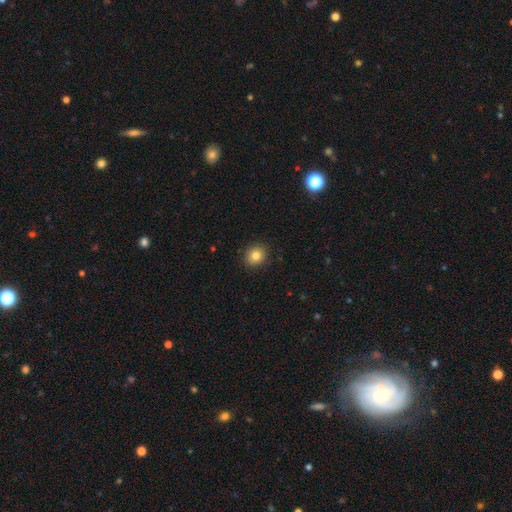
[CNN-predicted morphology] A smooth galaxy with no disk features (83%) that is round (77%).

Vote fractions:
- Smooth or featured? smooth: 83% / star or artifact: 10% / featured or disk: 7%
- How rounded? round: 77% / in between: 22% / cigar-shaped: 1%
- Merging? none: 90% / minor disturbance: 7% / major disturbance: 2% / merger: 1%